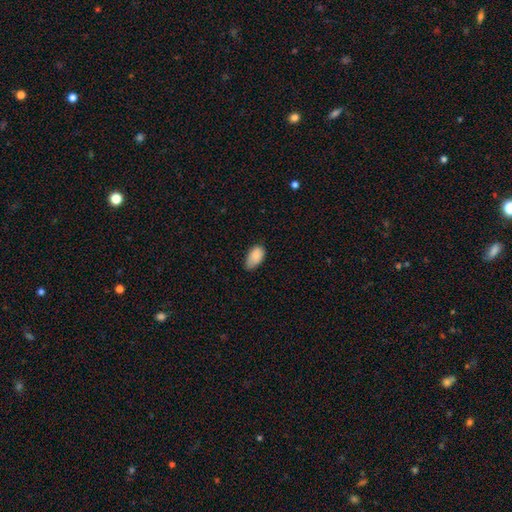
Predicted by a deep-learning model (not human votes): Smooth or featured: smooth — 87% (star or artifact — 7%)
How rounded: in between — 94% (round — 4%)
Merging: none — 59% (minor disturbance — 35%)